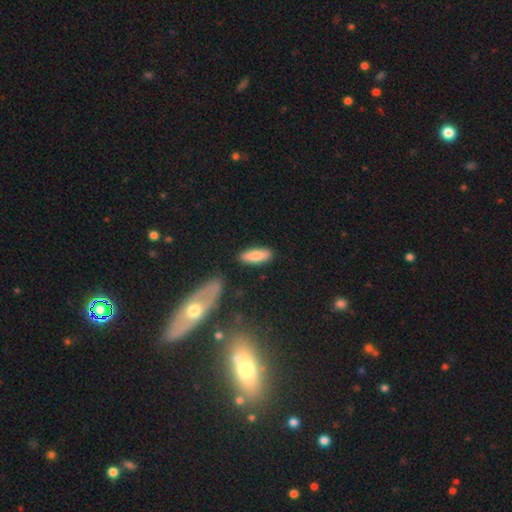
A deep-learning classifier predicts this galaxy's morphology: A smooth galaxy with no disk features (81%) that is in between round and cigar-shaped (59%).

Vote fractions:
- Smooth or featured? smooth: 81% / featured or disk: 12% / star or artifact: 6%
- How rounded? in between: 59% / cigar-shaped: 39% / round: 2%
- Merging? none: 84% / minor disturbance: 10% / merger: 3% / major disturbance: 2%